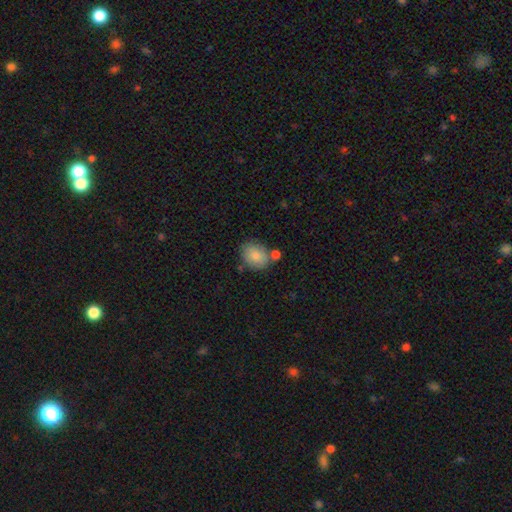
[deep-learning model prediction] This is clearly a smooth galaxy (82%). How rounded: possibly in between (58%). Merging: likely none (65%).